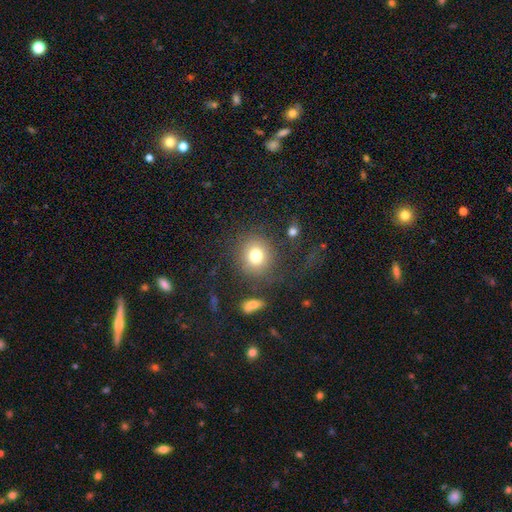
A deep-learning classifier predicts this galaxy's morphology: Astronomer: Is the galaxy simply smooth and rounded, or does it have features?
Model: smooth — 77%.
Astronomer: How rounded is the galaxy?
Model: round — 84%.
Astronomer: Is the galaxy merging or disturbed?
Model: none — 80%.